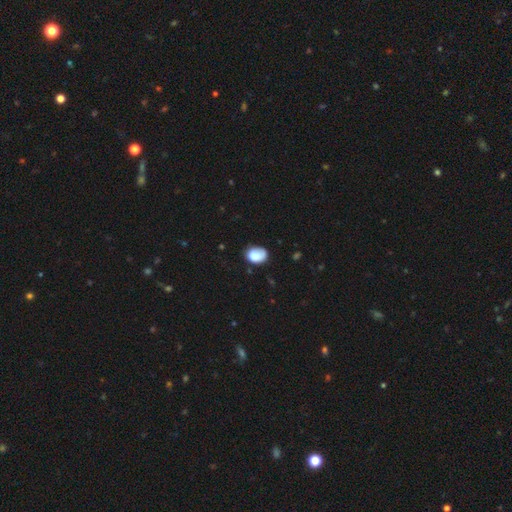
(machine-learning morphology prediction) Smooth or featured?
  - smooth: 85% *
  - featured or disk: 8%
  - star or artifact: 7%
How rounded?
  - in between: 71% *
  - round: 28%
  - cigar-shaped: 1%
Merging?
  - none: 64% *
  - minor disturbance: 27%
  - major disturbance: 7%
  - merger: 2%